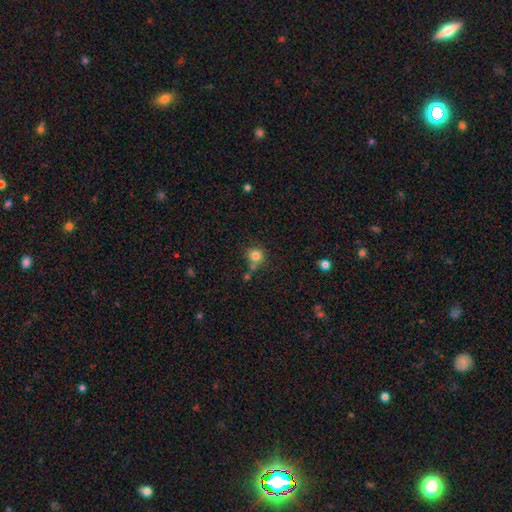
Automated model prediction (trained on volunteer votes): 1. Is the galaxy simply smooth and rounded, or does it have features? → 81% smooth, 12% star or artifact, 7% featured or disk.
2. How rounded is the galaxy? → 92% round, 7% in between, 1% cigar-shaped.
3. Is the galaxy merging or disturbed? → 68% none, 17% merger, 12% minor disturbance, 4% major disturbance.